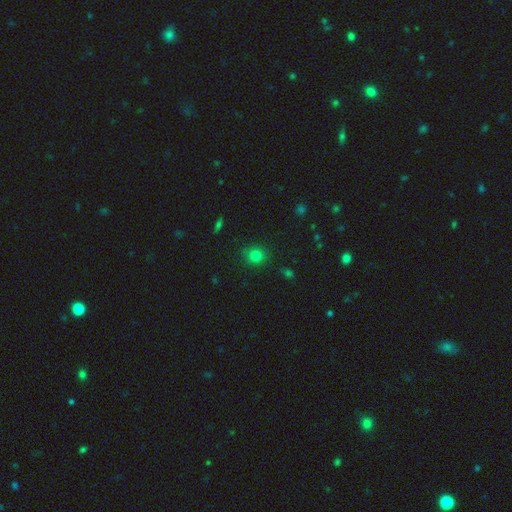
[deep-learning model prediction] A smooth galaxy with no disk features (79%) that is round (83%).

Vote fractions:
- Smooth or featured? smooth: 79% / star or artifact: 15% / featured or disk: 6%
- How rounded? round: 83% / in between: 16% / cigar-shaped: 1%
- Merging? none: 87% / minor disturbance: 9% / major disturbance: 3% / merger: 1%